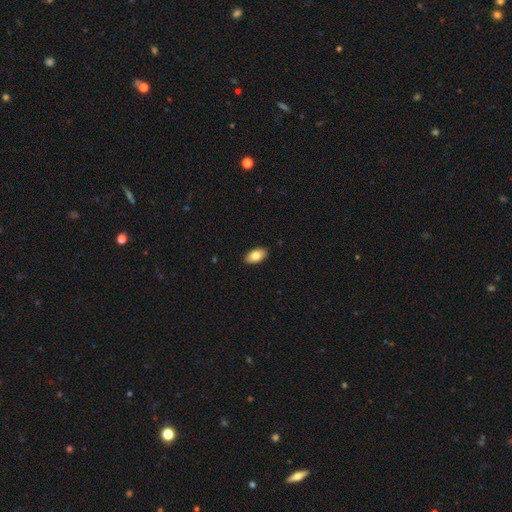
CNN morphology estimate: The model was most divided on "smooth or featured": smooth: 81%, featured or disk: 12%, star or artifact: 7%. More confident: how rounded — in between (94%); merging — none (90%).